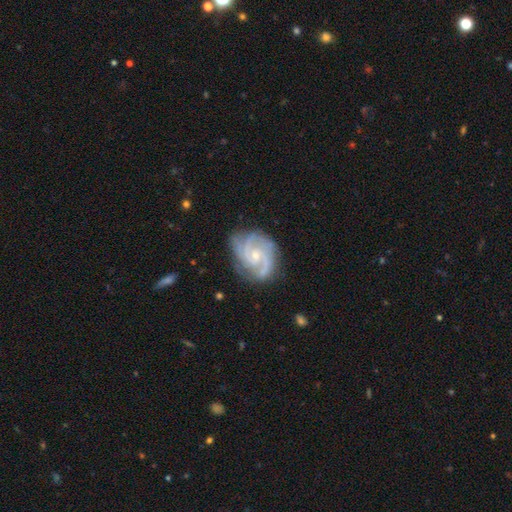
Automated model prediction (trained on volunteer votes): The model was most divided on "spiral winding": medium: 46%, tight: 45%, loose: 9%. Remaining: edge-on disk — no (98%); spiral arms — yes (98%); smooth or featured — featured or disk (89%); merging — none (73%); bulge size — small (67%); bar — no (65%); spiral arm count — 3 (40%).